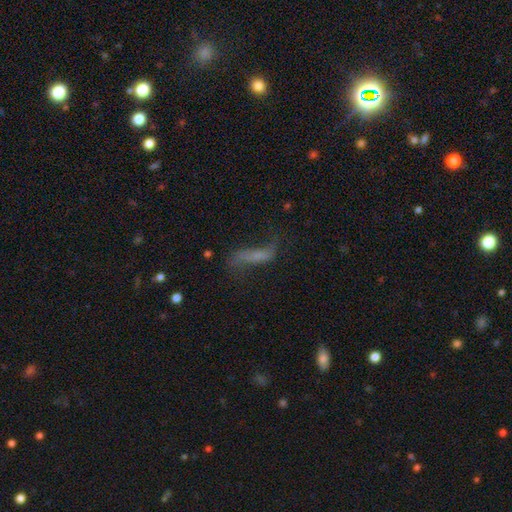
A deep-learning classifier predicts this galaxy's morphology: Q: Smooth or featured?
A: featured or disk (46%); runner-up: smooth (39%)
Q: Merging?
A: none (48%); runner-up: major disturbance (24%)